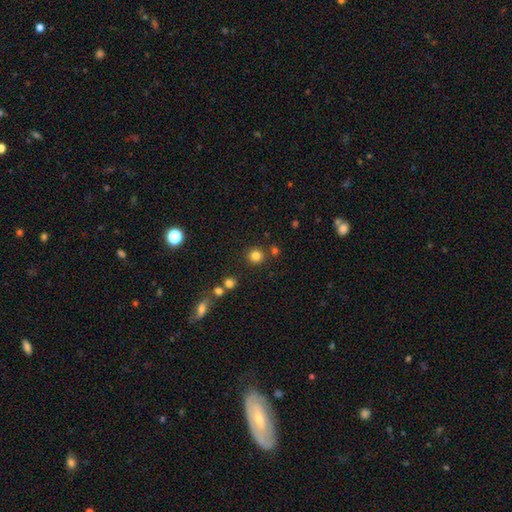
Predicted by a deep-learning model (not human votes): Smooth or featured? Predicted: smooth (p=0.81). How rounded? Predicted: round (p=0.93). Merging? Predicted: none (p=0.84).